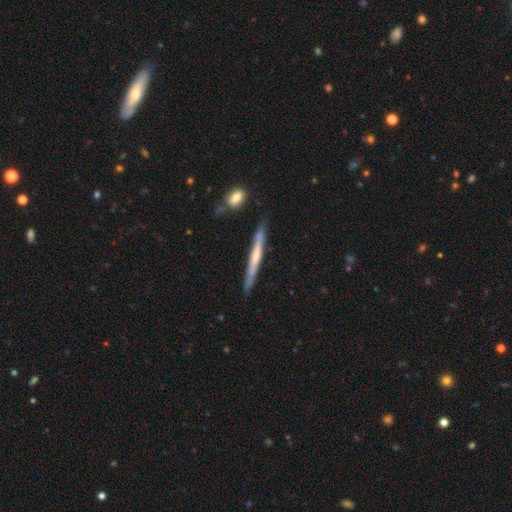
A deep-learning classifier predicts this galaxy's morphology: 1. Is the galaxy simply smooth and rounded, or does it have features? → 59% featured or disk, 35% smooth, 6% star or artifact.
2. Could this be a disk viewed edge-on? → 94% yes, 6% no.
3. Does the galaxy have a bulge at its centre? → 59% none, 34% rounded, 7% boxy.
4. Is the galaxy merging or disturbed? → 84% none, 12% minor disturbance, 2% merger, 2% major disturbance.